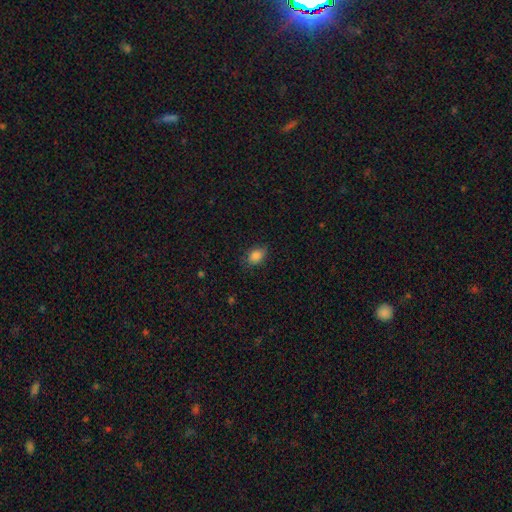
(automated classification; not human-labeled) This appears to be a smooth galaxy with no disk features (86%) that is in between round and cigar-shaped (75%). Merging: none (78%).